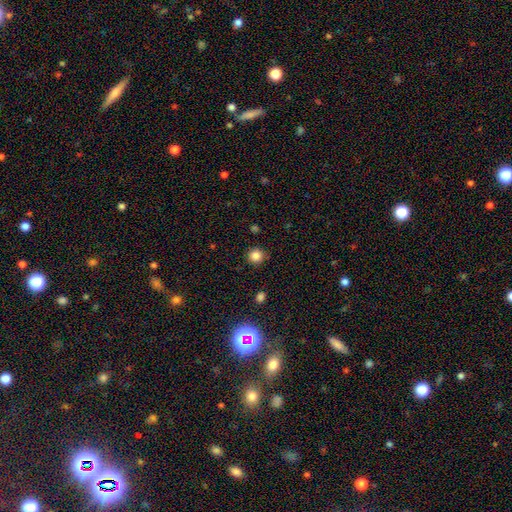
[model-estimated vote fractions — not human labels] smooth_or_featured: smooth (p=0.83) [alt: star or artifact p=0.13]
how_rounded: round (p=0.93) [alt: in between p=0.06]
merging: none (p=0.90) [alt: minor disturbance p=0.06]